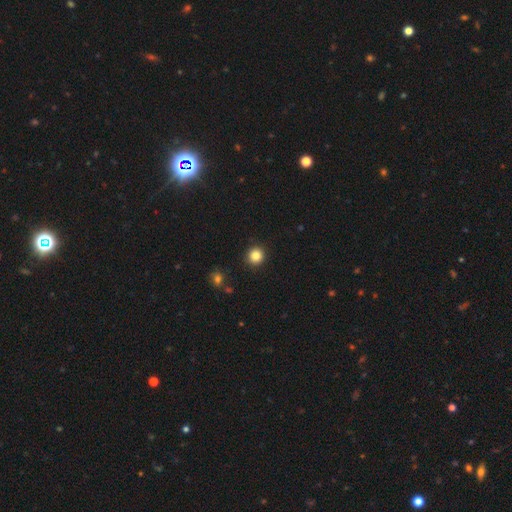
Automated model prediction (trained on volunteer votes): The model was most divided on "smooth or featured": smooth: 85%, star or artifact: 11%, featured or disk: 4%. More confident: how rounded — round (94%); merging — none (92%).